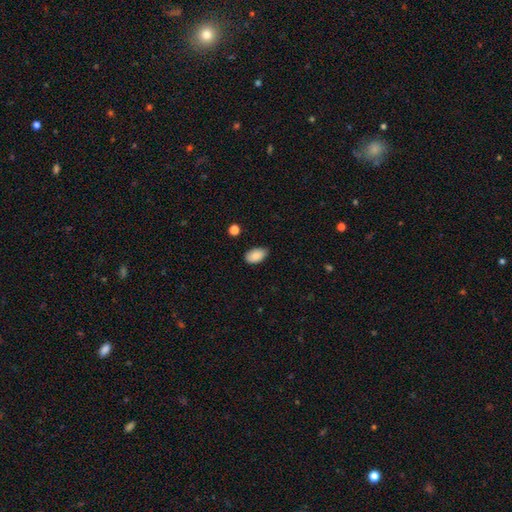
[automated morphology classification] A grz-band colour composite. It shows a smooth galaxy with no disk features (87%) that is in between round and cigar-shaped (94%). Merging: none (76%).